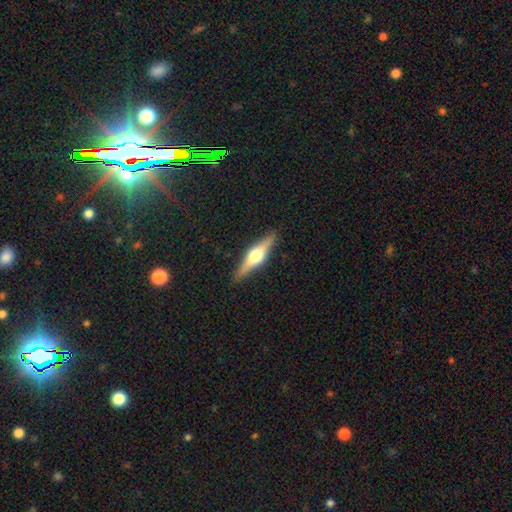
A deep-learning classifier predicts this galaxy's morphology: featured or disk 69%, smooth 26%, star or artifact 6%. Down the decision tree: edge-on disk — yes (97%); edge-on bulge — rounded (94%); merging — none (90%).